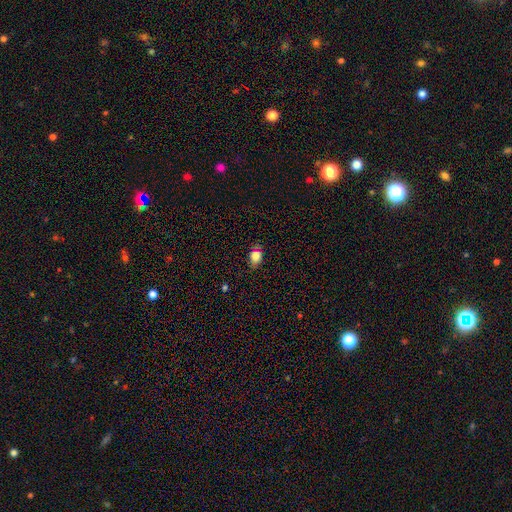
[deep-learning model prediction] This appears to be a smooth galaxy with no disk features (80%) that is in between round and cigar-shaped (70%). Merging: none (79%).